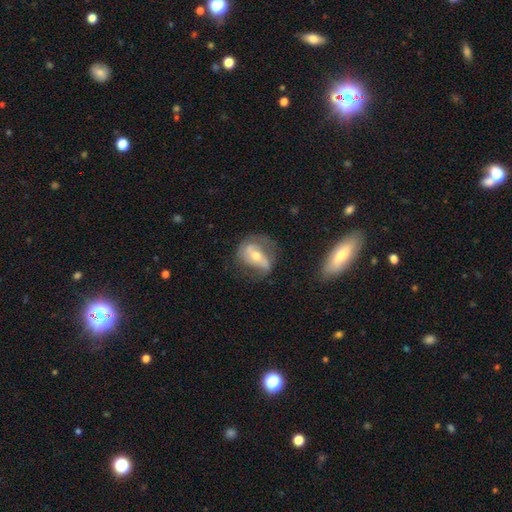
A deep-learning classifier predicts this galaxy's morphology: Smooth or featured? Predicted: featured or disk (p=0.70). Edge-on disk? Predicted: no (p=0.92). Bar? Predicted: strong (p=0.44). Spiral arms? Predicted: yes (p=0.78). Spiral winding? Predicted: medium (p=0.40, tied with loose). Spiral arm count? Predicted: 2 (p=0.78). Bulge size? Predicted: moderate (p=0.62). Merging? Predicted: none (p=0.56).